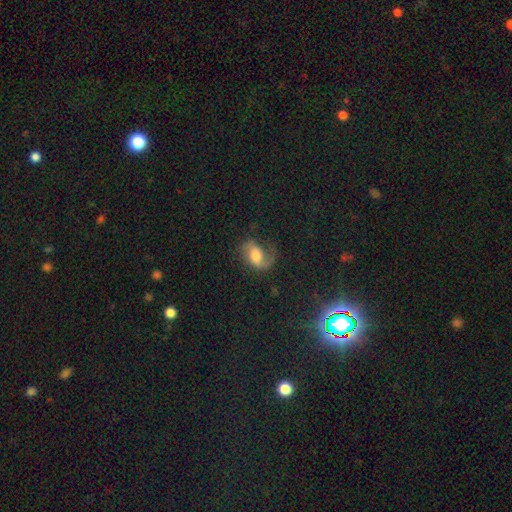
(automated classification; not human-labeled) A featured or disk galaxy (57%) with no bar (51%), spiral arms (89%) and a moderate central bulge (51%). Merging: none (51%).